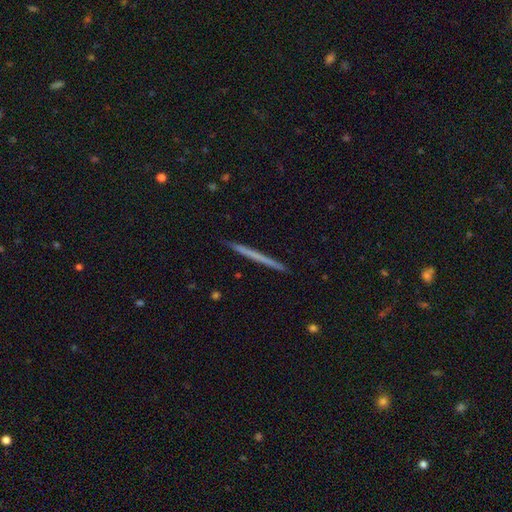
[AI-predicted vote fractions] Smooth or featured? smooth (48%)
Merging? none (93%)